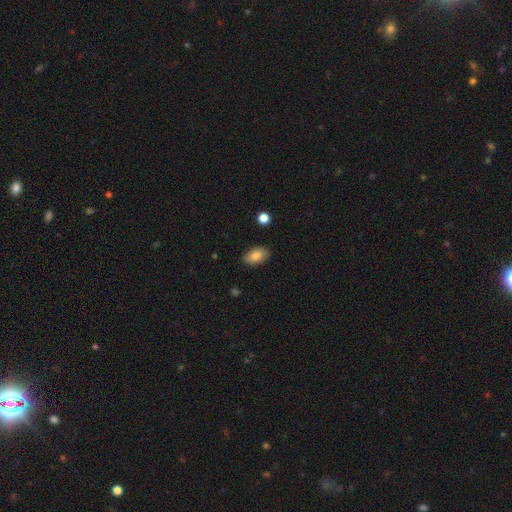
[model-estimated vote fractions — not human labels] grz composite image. It shows a smooth galaxy with no disk features (84%) that is in between round and cigar-shaped (93%). Merging: none (87%).